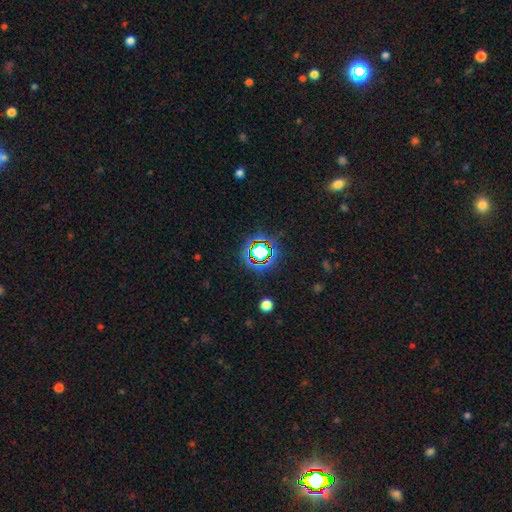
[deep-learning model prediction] Smooth or featured? star or artifact (68%)